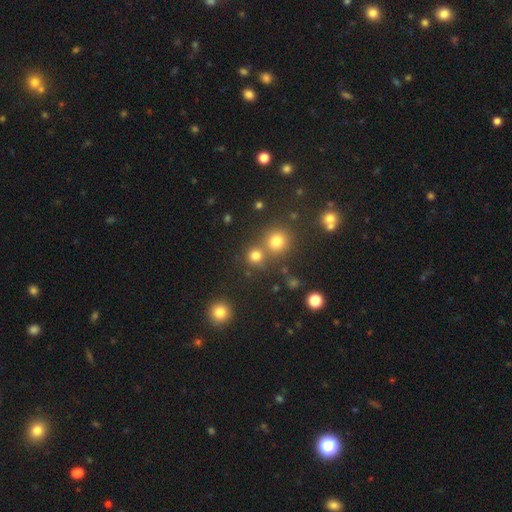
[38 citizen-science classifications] Overall: smooth (84%). How rounded: round (91%). Merging: none (65%; merger 29%).